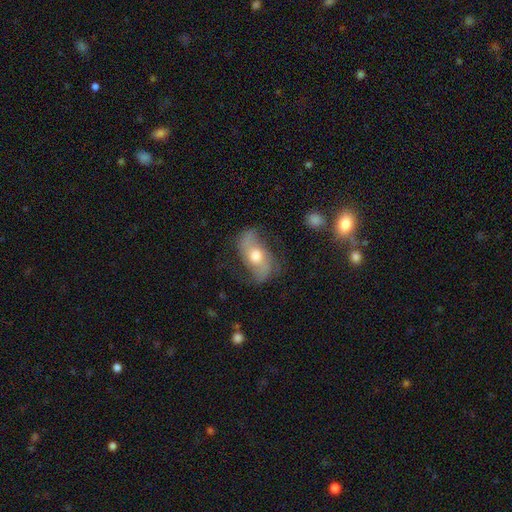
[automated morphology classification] Smooth or featured? Predicted: featured or disk (p=0.71). Edge-on disk? Predicted: no (p=0.93). Bar? Predicted: no (p=0.57). Spiral arms? Predicted: yes (p=0.87). Spiral winding? Predicted: loose (p=0.59). Spiral arm count? Predicted: 2 (p=0.88). Bulge size? Predicted: moderate (p=0.71). Merging? Predicted: none (p=0.64).